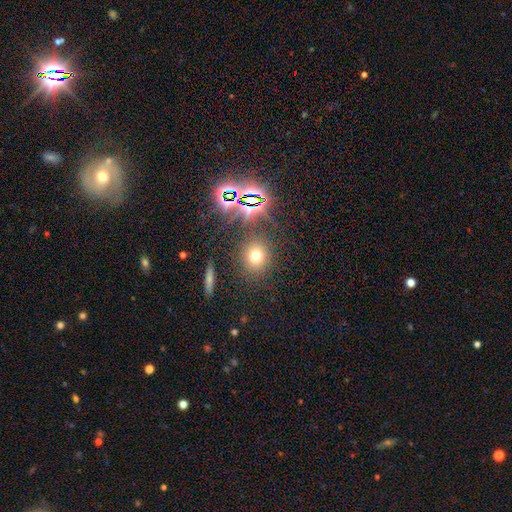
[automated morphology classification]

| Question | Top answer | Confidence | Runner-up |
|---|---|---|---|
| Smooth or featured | smooth | 63% | star or artifact (27%) |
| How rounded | round | 75% | in between (23%) |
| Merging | none | 85% | minor disturbance (8%) |